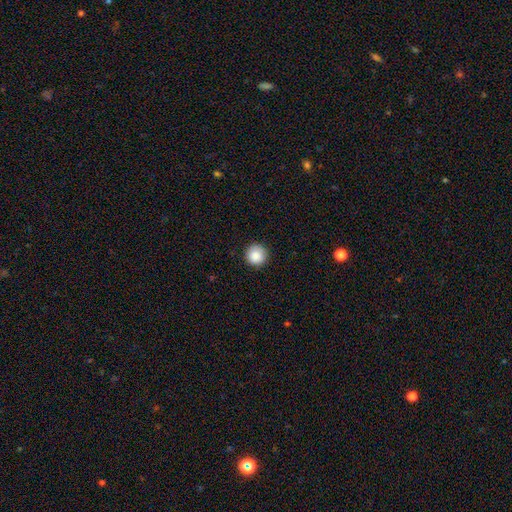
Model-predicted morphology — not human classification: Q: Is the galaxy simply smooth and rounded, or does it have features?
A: smooth — 88%.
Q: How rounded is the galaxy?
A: round — 96%.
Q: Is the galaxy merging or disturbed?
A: none — 90%.